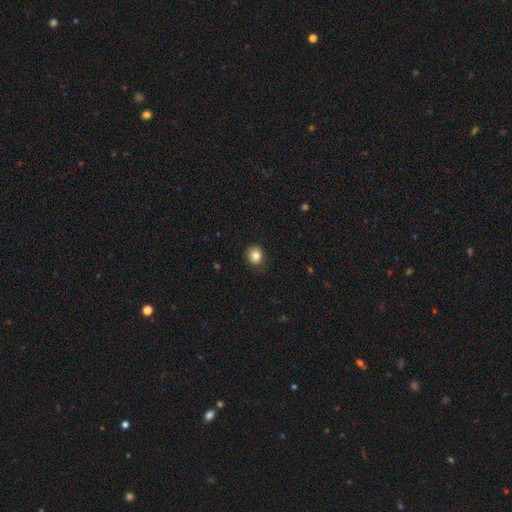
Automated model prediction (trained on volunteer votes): Overall: smooth (82%). How rounded: round (82%). Merging: none (82%).